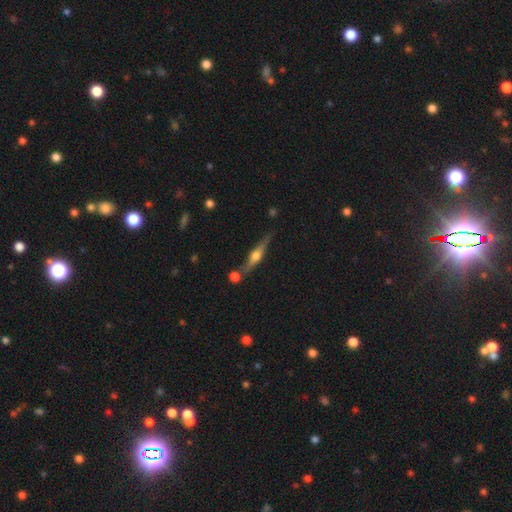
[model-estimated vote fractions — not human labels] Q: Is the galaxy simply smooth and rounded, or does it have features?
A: featured or disk — 73%.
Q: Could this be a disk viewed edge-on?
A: yes — 96%.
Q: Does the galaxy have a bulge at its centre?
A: rounded — 93%.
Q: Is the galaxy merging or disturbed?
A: none — 75%.